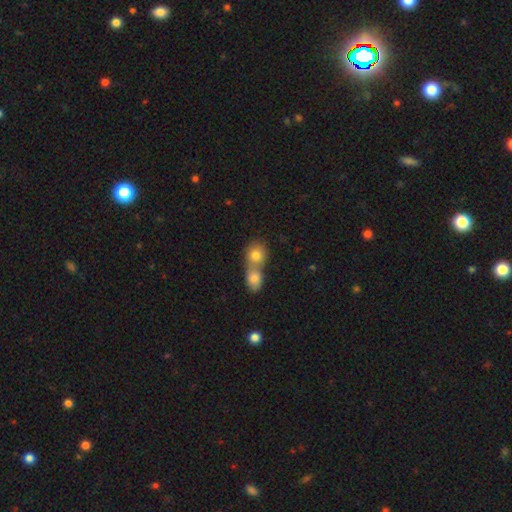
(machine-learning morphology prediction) Smooth or featured?
  - smooth: 79% *
  - featured or disk: 12%
  - star or artifact: 9%
How rounded?
  - round: 65% *
  - in between: 33%
  - cigar-shaped: 2%
Merging?
  - merger: 72% *
  - none: 22%
  - minor disturbance: 5%
  - major disturbance: 2%